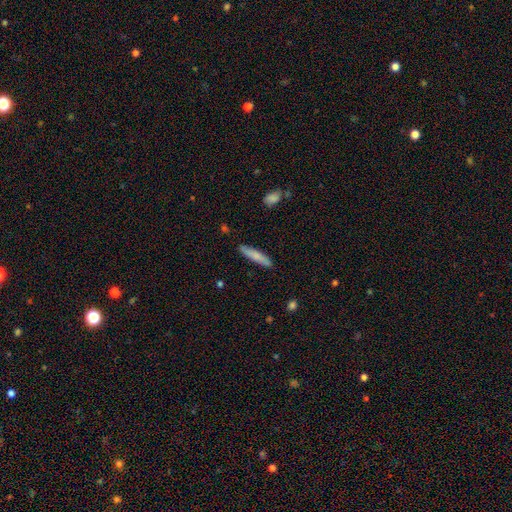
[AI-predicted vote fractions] Q: Smooth or featured?
A: smooth (75%); runner-up: featured or disk (19%)
Q: How rounded?
A: cigar-shaped (89%); runner-up: in between (10%)
Q: Merging?
A: none (87%); runner-up: minor disturbance (9%)